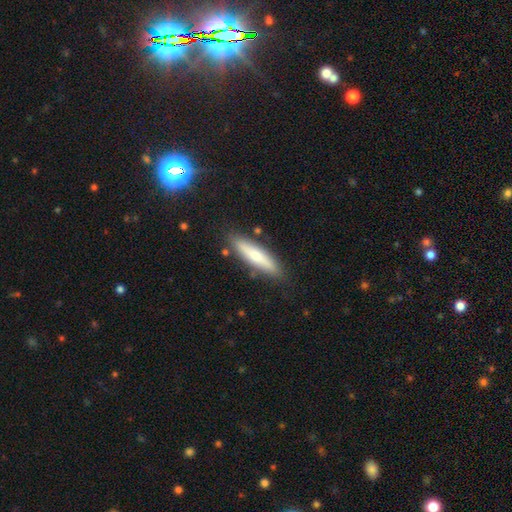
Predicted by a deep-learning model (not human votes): Smooth or featured?
  - smooth: 63% *
  - featured or disk: 31%
  - star or artifact: 6%
How rounded?
  - cigar-shaped: 75% *
  - in between: 24%
  - round: 2%
Merging?
  - none: 83% *
  - minor disturbance: 11%
  - merger: 3%
  - major disturbance: 2%